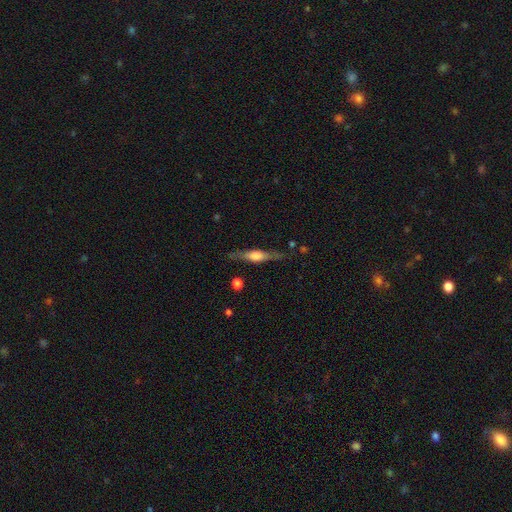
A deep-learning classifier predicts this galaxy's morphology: smooth-or-featured: featured or disk: 68% | smooth: 26% | star or artifact: 6%
  disk-edge-on: yes: 95% | no: 5%
    edge-on-bulge: rounded: 80% | boxy: 17% | none: 4%
  merging: none: 81% | minor disturbance: 13% | major disturbance: 4% | merger: 2%